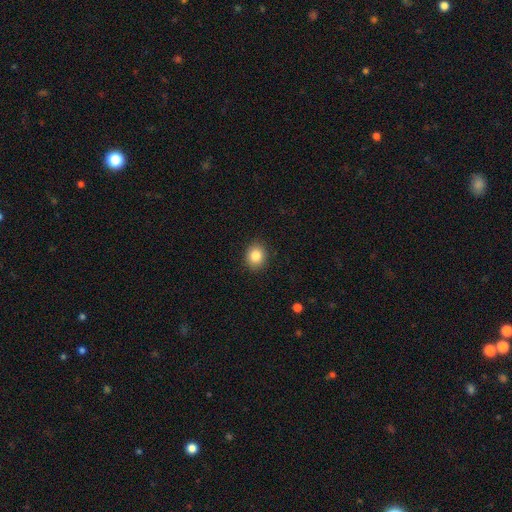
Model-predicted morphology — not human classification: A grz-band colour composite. It shows a smooth galaxy with no disk features (84%) that is round (66%). Merging: none (90%).